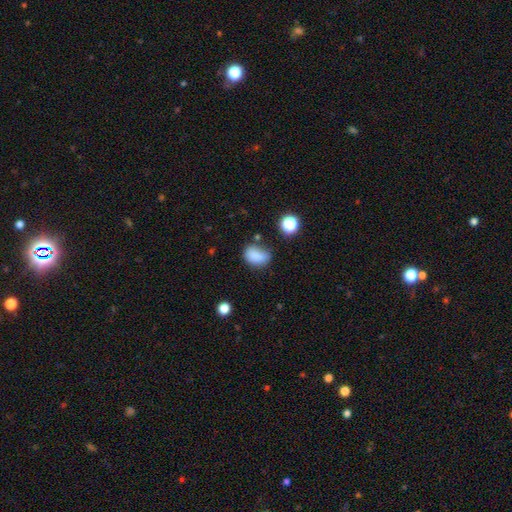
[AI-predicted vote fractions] Smooth or featured? smooth (82%)
How rounded? in between (73%)
Merging? none (57%)